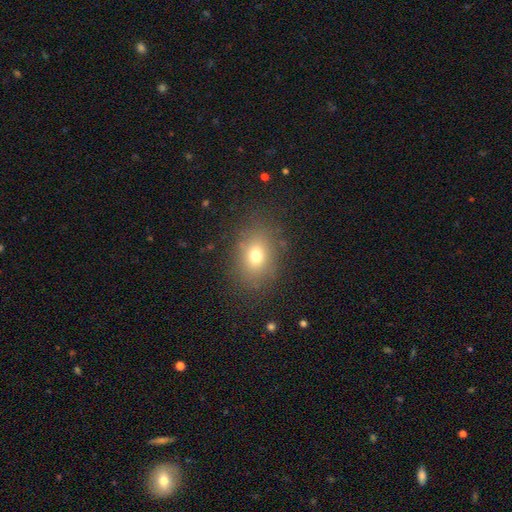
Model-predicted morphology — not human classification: A smooth galaxy with no disk features (72%) that is in between round and cigar-shaped (58%).

Vote fractions:
- Smooth or featured? smooth: 72% / star or artifact: 15% / featured or disk: 13%
- How rounded? in between: 58% / round: 41% / cigar-shaped: 1%
- Merging? none: 82% / minor disturbance: 11% / major disturbance: 5% / merger: 1%